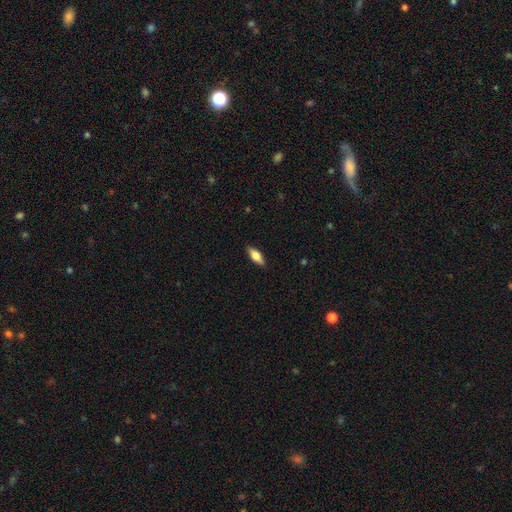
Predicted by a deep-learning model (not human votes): Smooth or featured?
  - smooth: 64% *
  - featured or disk: 30%
  - star or artifact: 6%
How rounded?
  - in between: 70% *
  - cigar-shaped: 28%
  - round: 3%
Merging?
  - none: 88% *
  - minor disturbance: 10%
  - major disturbance: 2%
  - merger: 1%